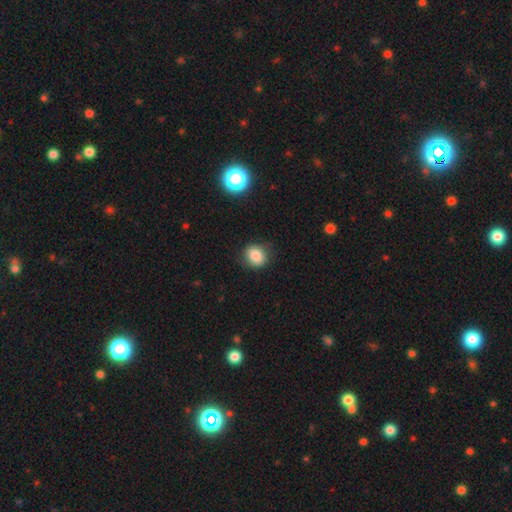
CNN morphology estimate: smooth_or_featured: smooth (p=0.82) [alt: star or artifact p=0.10]
how_rounded: round (p=0.62) [alt: in between p=0.37]
merging: none (p=0.78) [alt: minor disturbance p=0.16]